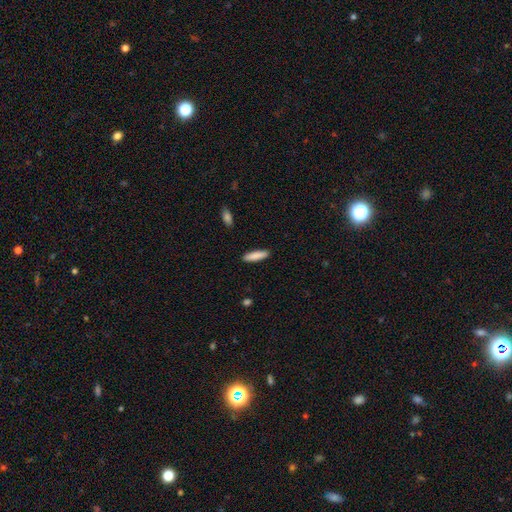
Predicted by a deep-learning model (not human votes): smooth 87%, featured or disk 7%, star or artifact 6%. Down the decision tree: how rounded — cigar-shaped (74%); merging — none (90%).